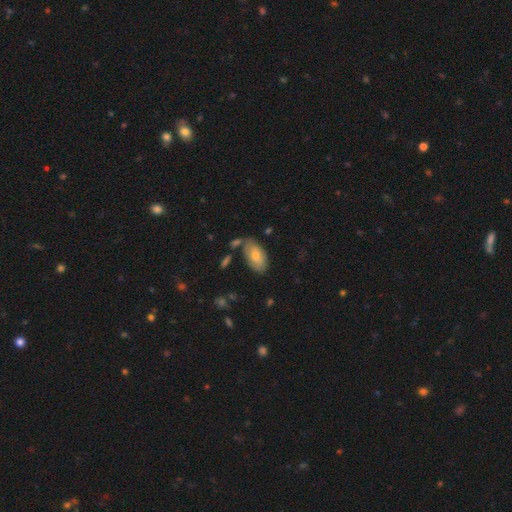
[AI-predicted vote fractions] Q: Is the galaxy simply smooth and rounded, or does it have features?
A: smooth — 64%.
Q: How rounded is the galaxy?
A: in between — 93%.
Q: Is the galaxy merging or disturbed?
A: none — 62%.